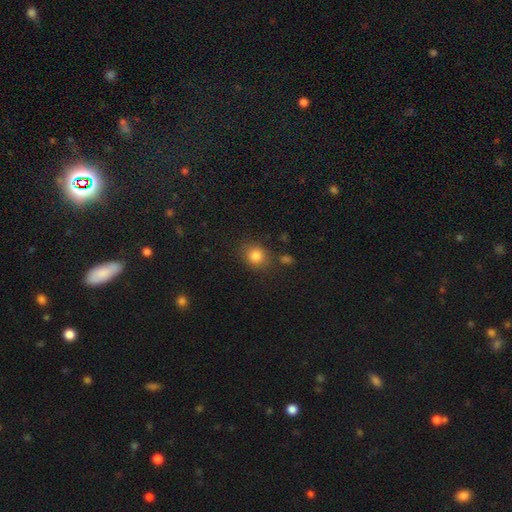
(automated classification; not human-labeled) Overall: smooth (83%). How rounded: round (71%). Merging: none (78%).